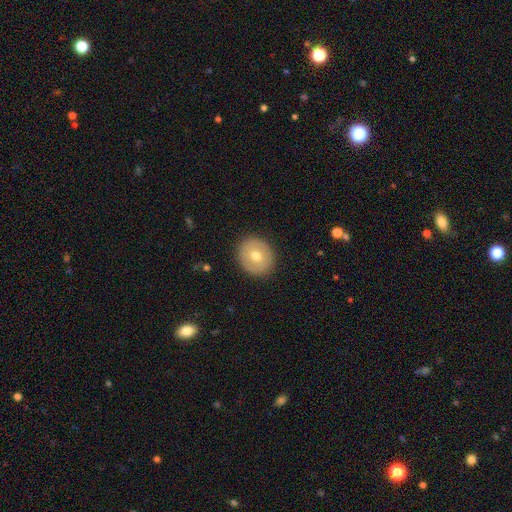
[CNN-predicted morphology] Smooth or featured? smooth (63%)
How rounded? round (76%)
Merging? none (88%)